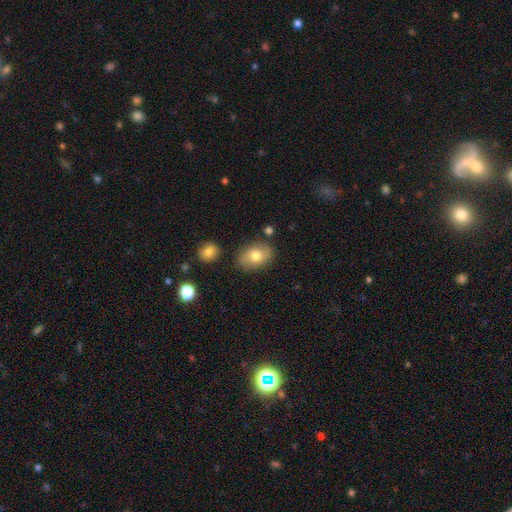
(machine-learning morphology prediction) Smooth or featured: smooth — 74% (featured or disk — 18%)
How rounded: in between — 82% (round — 17%)
Merging: none — 81% (minor disturbance — 13%)